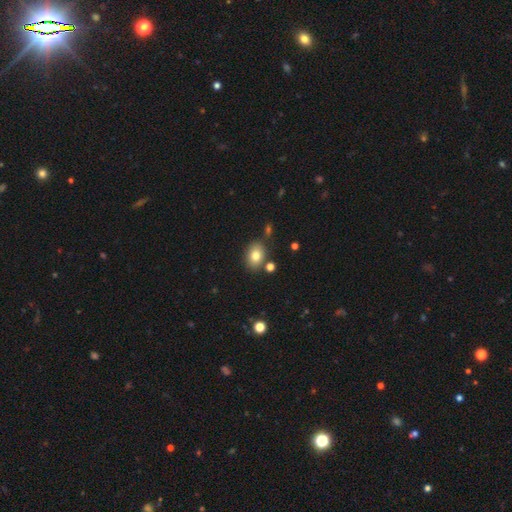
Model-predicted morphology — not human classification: This appears to be a smooth galaxy with no disk features (79%) that is in between round and cigar-shaped (68%). Merging: none (79%).